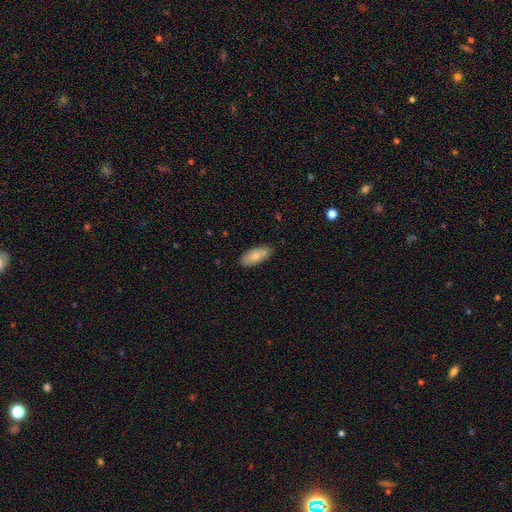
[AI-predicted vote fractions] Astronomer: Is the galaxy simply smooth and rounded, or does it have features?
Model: smooth — 79%.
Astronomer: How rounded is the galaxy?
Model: in between — 85%.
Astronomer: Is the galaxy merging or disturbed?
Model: none — 80%.